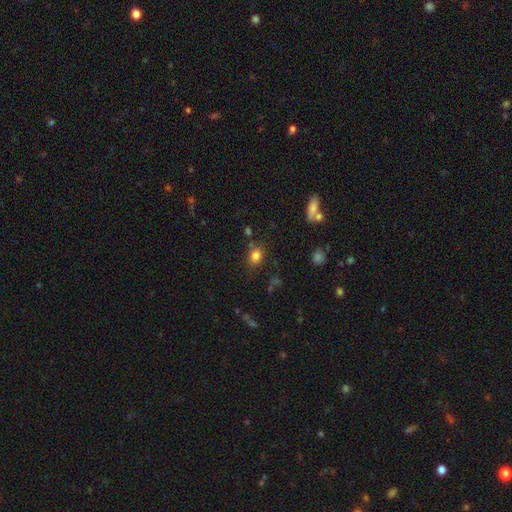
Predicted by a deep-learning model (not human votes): This appears to be a smooth galaxy with no disk features (81%) that is in between round and cigar-shaped (51%). Merging: none (76%).